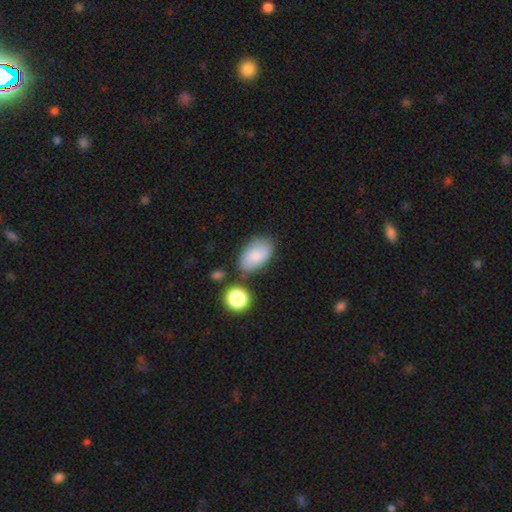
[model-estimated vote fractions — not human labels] smooth-or-featured: smooth: 78% | featured or disk: 13% | star or artifact: 9%
  how-rounded: in between: 92% | round: 7% | cigar-shaped: 2%
  merging: none: 67% | minor disturbance: 18% | merger: 9% | major disturbance: 5%